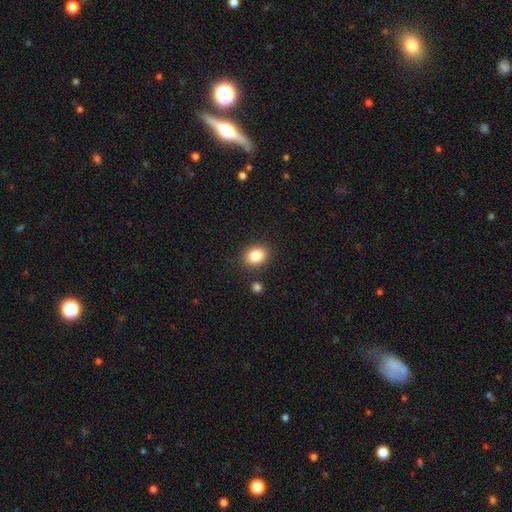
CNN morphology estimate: This appears to be a smooth galaxy with no disk features (84%) that is round (55%). Merging: none (86%).